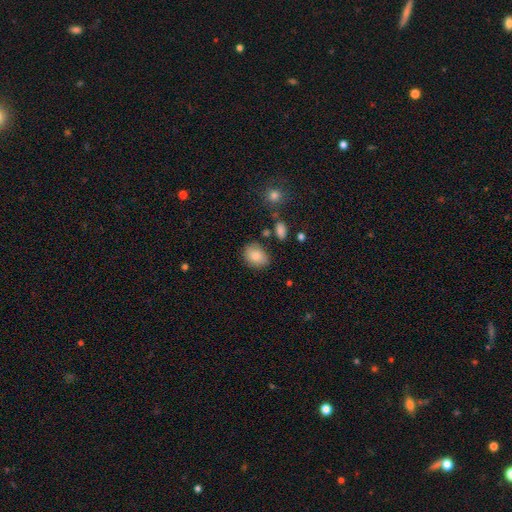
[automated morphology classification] This is clearly a smooth galaxy (84%). How rounded: likely in between (63%). Merging: likely none (76%).